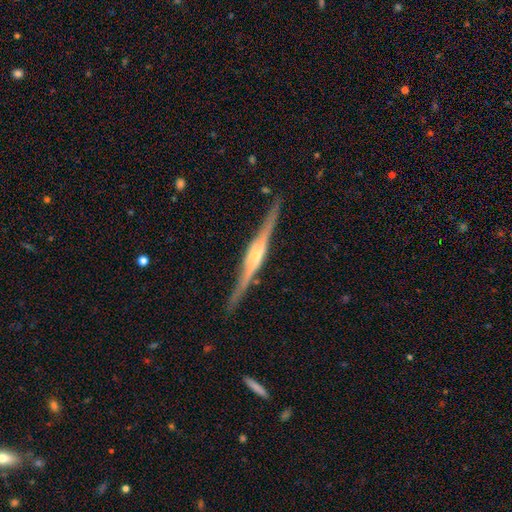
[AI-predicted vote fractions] This appears to be a featured or disk galaxy (87%) viewed edge-on (98%) with a rounded central bulge (63%). Merging: none (89%).